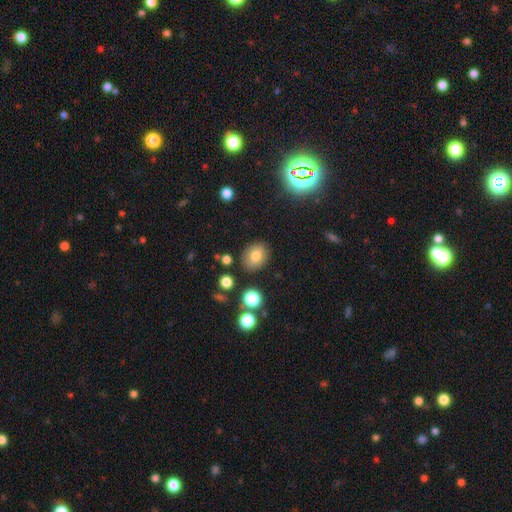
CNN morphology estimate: smooth-or-featured: smooth: 76% | featured or disk: 13% | star or artifact: 10%
  how-rounded: in between: 53% | round: 46% | cigar-shaped: 1%
  merging: none: 84% | minor disturbance: 10% | major disturbance: 3% | merger: 3%